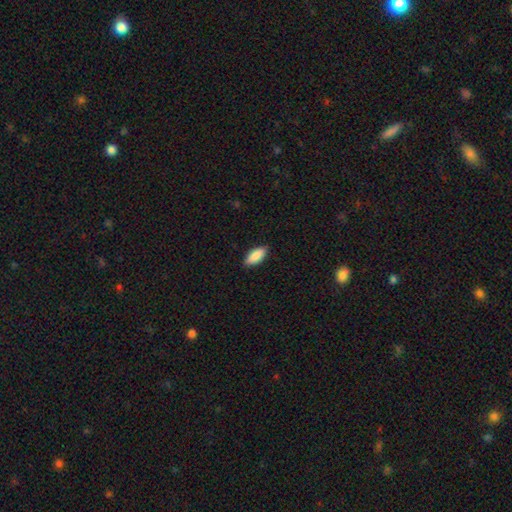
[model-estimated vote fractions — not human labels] smooth-or-featured: smooth: 88% | featured or disk: 7% | star or artifact: 6%
  how-rounded: in between: 81% | cigar-shaped: 17% | round: 2%
  merging: none: 88% | minor disturbance: 10% | major disturbance: 2% | merger: 1%